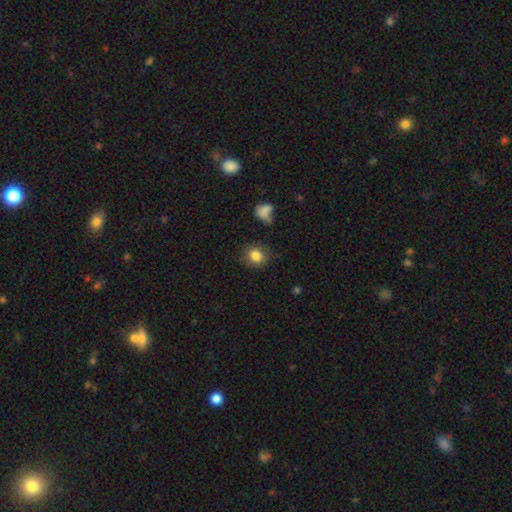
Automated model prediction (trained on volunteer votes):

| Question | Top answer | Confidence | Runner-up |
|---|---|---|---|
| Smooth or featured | smooth | 84% | star or artifact (10%) |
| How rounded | round | 78% | in between (21%) |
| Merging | none | 81% | minor disturbance (13%) |